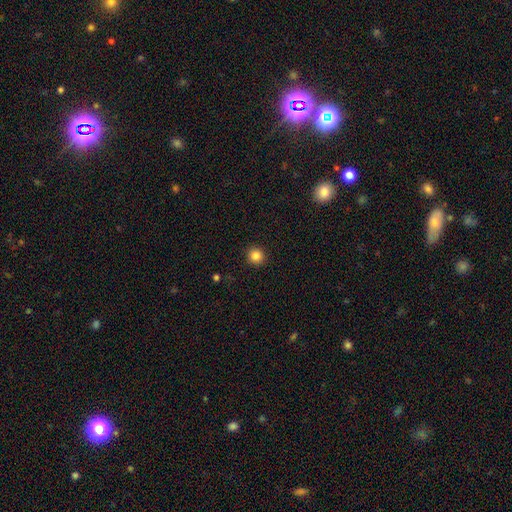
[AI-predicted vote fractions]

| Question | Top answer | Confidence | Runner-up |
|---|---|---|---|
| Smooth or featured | smooth | 85% | star or artifact (11%) |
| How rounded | round | 92% | in between (7%) |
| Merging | none | 92% | minor disturbance (5%) |